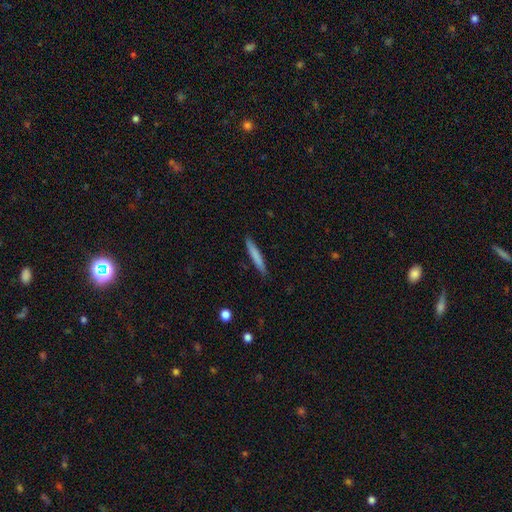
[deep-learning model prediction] Smooth or featured?
  - smooth: 77% *
  - featured or disk: 17%
  - star or artifact: 6%
How rounded?
  - cigar-shaped: 94% *
  - in between: 5%
  - round: 1%
Merging?
  - none: 89% *
  - minor disturbance: 8%
  - major disturbance: 2%
  - merger: 1%